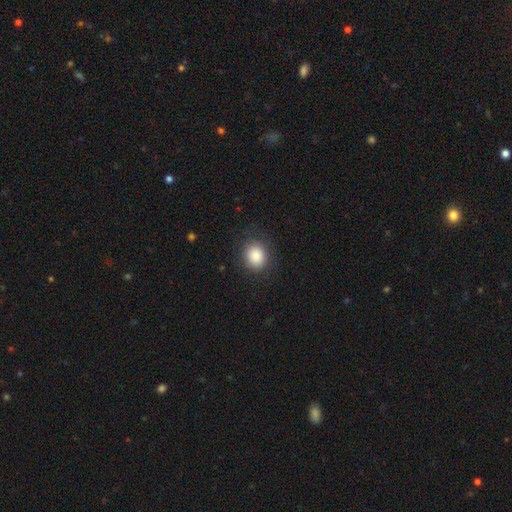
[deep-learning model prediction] Q: Smooth or featured?
A: smooth (88%); runner-up: star or artifact (8%)
Q: How rounded?
A: round (69%); runner-up: in between (30%)
Q: Merging?
A: none (85%); runner-up: minor disturbance (10%)